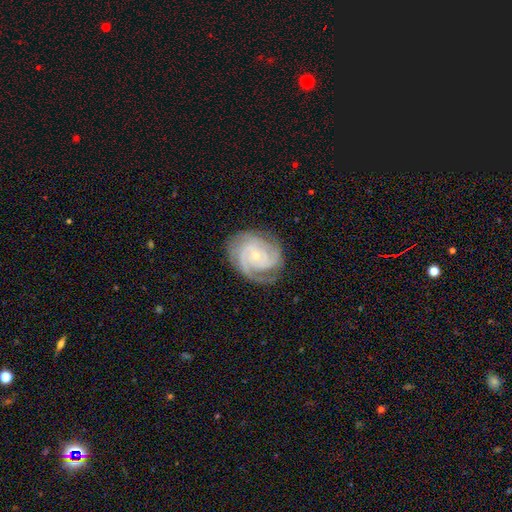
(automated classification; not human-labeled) A featured or disk galaxy (89%) with no bar (68%), 3 (42%) tight (68%) spiral arms (98%) and a small central bulge (78%). Merging: none (78%).